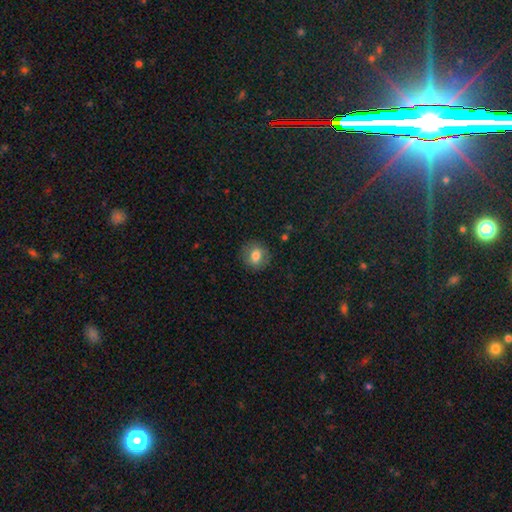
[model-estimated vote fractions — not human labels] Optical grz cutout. It shows a smooth galaxy with no disk features (74%) that is round (72%). Merging: none (85%).